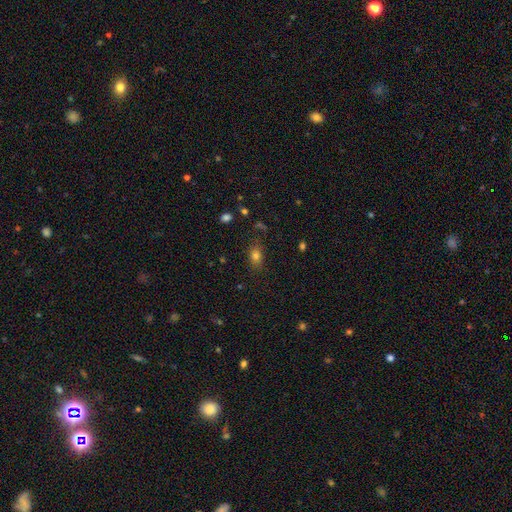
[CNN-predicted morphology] Overall: smooth (78%). How rounded: in between (73%). Merging: none (81%).